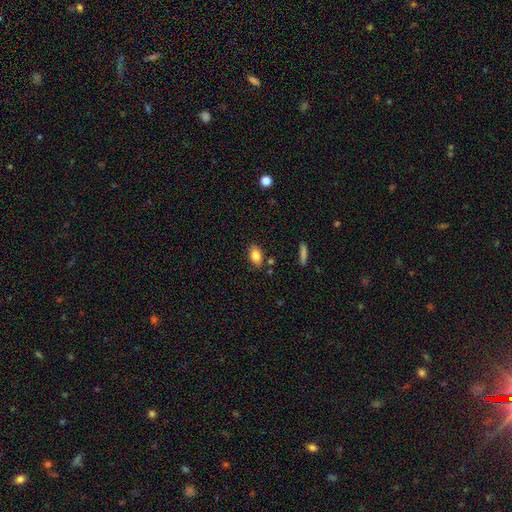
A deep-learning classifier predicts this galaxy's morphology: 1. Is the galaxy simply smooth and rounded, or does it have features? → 82% smooth, 10% featured or disk, 8% star or artifact.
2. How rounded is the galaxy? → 89% in between, 8% round, 3% cigar-shaped.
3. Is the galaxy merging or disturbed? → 82% none, 12% minor disturbance, 3% merger, 2% major disturbance.